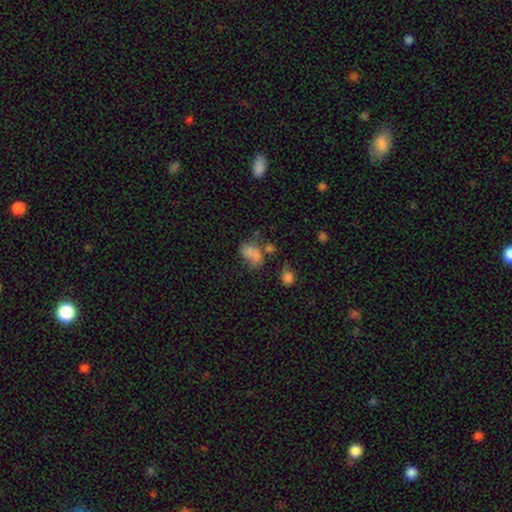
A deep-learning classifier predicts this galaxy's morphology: Smooth or featured? Predicted: smooth (p=0.69). How rounded? Predicted: in between (p=0.78). Merging? Predicted: none (p=0.30).